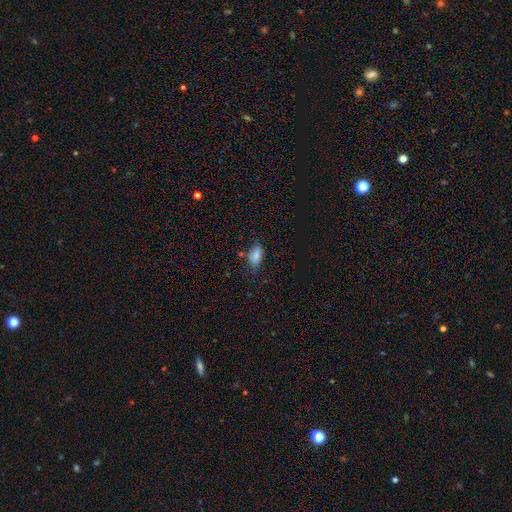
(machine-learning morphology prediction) Smooth or featured?
  - smooth: 81% *
  - star or artifact: 11%
  - featured or disk: 8%
How rounded?
  - in between: 88% *
  - cigar-shaped: 7%
  - round: 5%
Merging?
  - none: 63% *
  - minor disturbance: 26%
  - major disturbance: 6%
  - merger: 5%